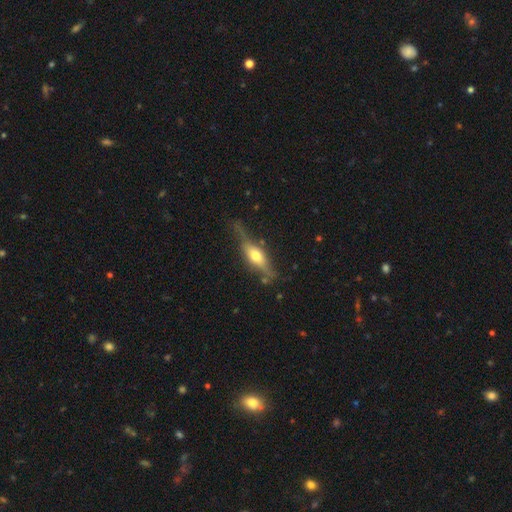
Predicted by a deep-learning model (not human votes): smooth-or-featured: featured or disk: 58% | smooth: 35% | star or artifact: 6%
  disk-edge-on: yes: 88% | no: 12%
    edge-on-bulge: rounded: 89% | boxy: 8% | none: 3%
  merging: none: 65% | minor disturbance: 23% | major disturbance: 9% | merger: 4%